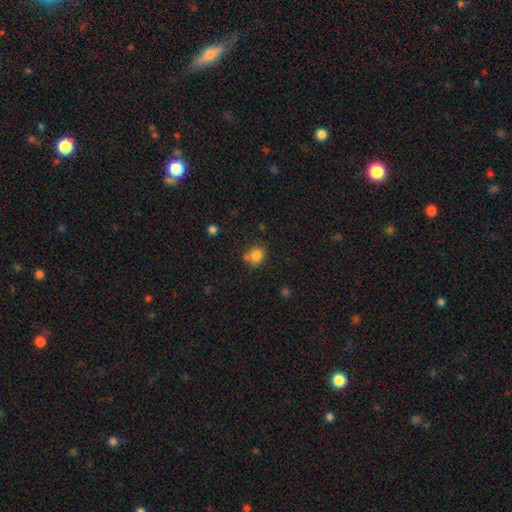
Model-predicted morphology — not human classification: The model was most divided on "how rounded": round: 60%, in between: 39%, cigar-shaped: 1%. More confident: smooth or featured — smooth (81%); merging — none (59%).